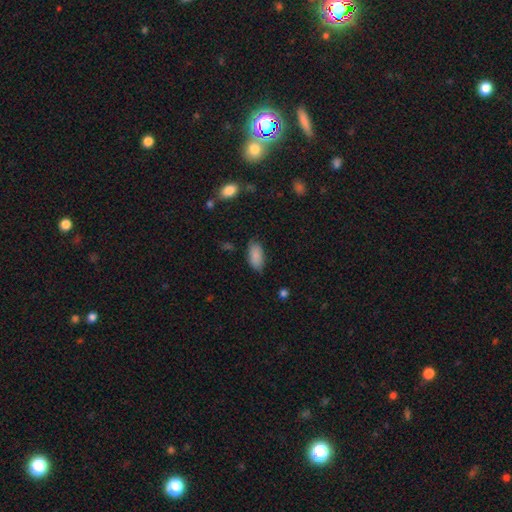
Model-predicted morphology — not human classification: Q: Smooth or featured?
A: smooth (88%); runner-up: star or artifact (7%)
Q: How rounded?
A: in between (91%); runner-up: cigar-shaped (7%)
Q: Merging?
A: none (78%); runner-up: minor disturbance (17%)